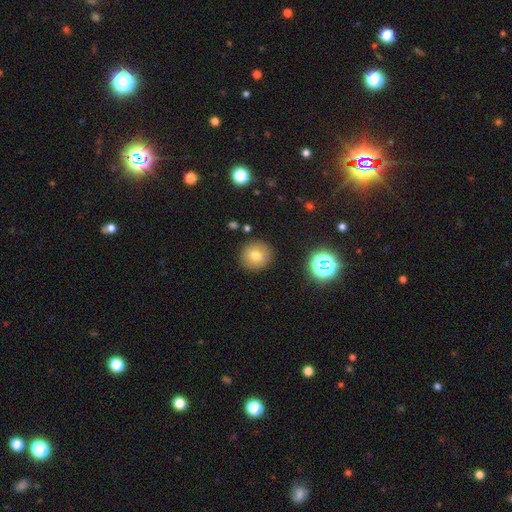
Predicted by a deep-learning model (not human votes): Morphology: type=smooth (73%); roundness=round (90%); merging=none (88%).